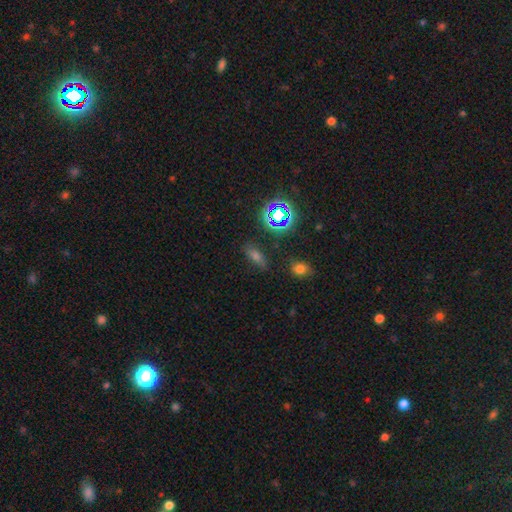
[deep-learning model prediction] A smooth galaxy with no disk features (54%) that is in between round and cigar-shaped (62%). Merging: none (82%).